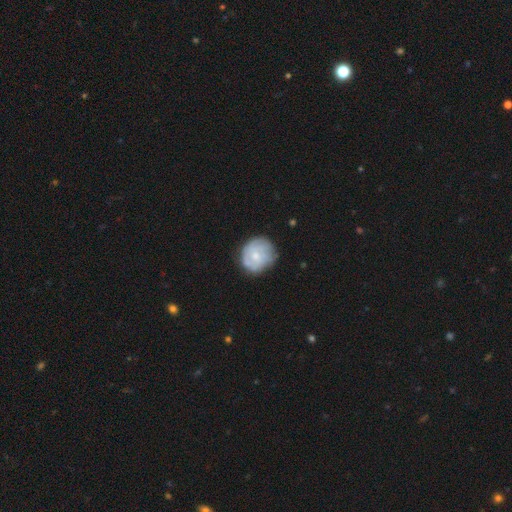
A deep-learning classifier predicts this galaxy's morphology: Smooth or featured? smooth (51%)
How rounded? round (81%)
Merging? none (68%)